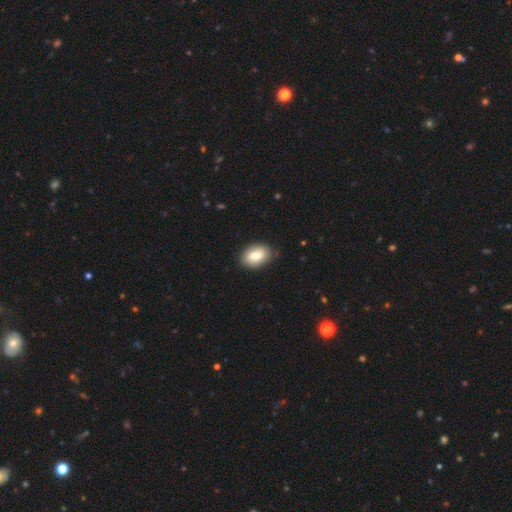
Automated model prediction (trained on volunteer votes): smooth 80%, featured or disk 13%, star or artifact 6%. Down the decision tree: how rounded — in between (89%); merging — none (77%).